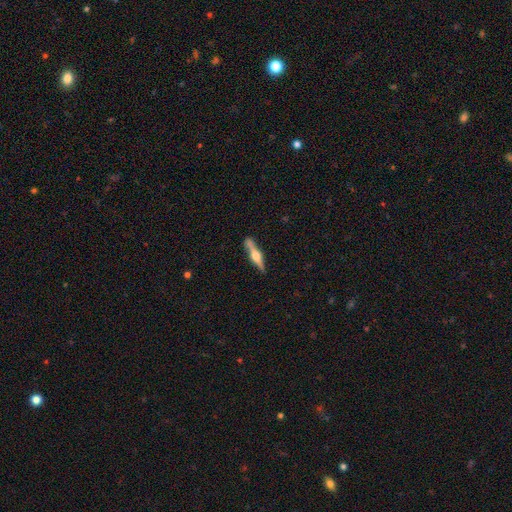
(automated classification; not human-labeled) Morphology: type=featured or disk (73%); edge-on=yes (97%); edge-on bulge=rounded (93%); merging=none (85%).